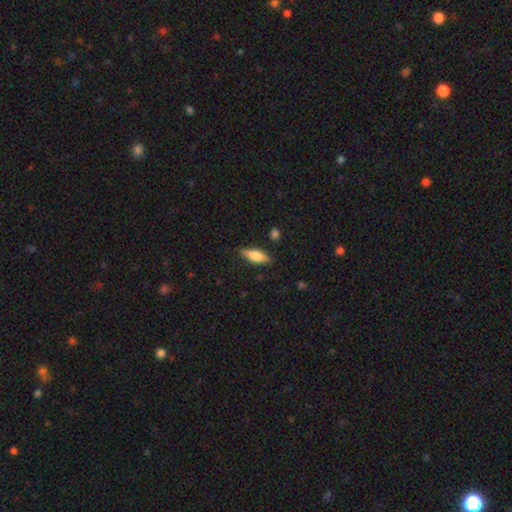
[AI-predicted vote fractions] This appears to be a smooth galaxy with no disk features (66%) that is in between round and cigar-shaped (58%). Merging: none (84%).